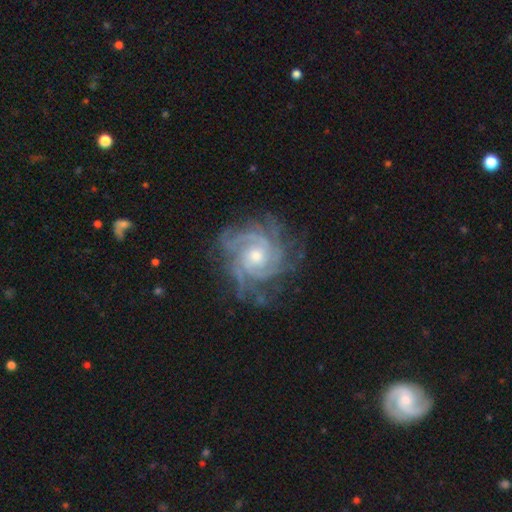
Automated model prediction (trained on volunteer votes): A featured or disk galaxy (90%) with no bar (73%), tight (69%) spiral arms (97%) and a moderate central bulge (60%).

Vote fractions:
- Smooth or featured? featured or disk: 90% / star or artifact: 6% / smooth: 4%
- Edge-on disk? no: 98% / yes: 2%
- Bar? no: 73% / weak: 22% / strong: 5%
- Spiral arms? yes: 97% / no: 3%
- Spiral winding? tight: 69% / medium: 27% / loose: 4%
- Spiral arm count? can't tell: 24% / 3: 23% / 4: 23% / 2: 13% / more than 4: 10% / 1: 7%
- Bulge size? moderate: 60% / small: 33% / large: 5% / none: 1% / dominant: 1%
- Merging? none: 70% / minor disturbance: 19% / major disturbance: 9% / merger: 1%